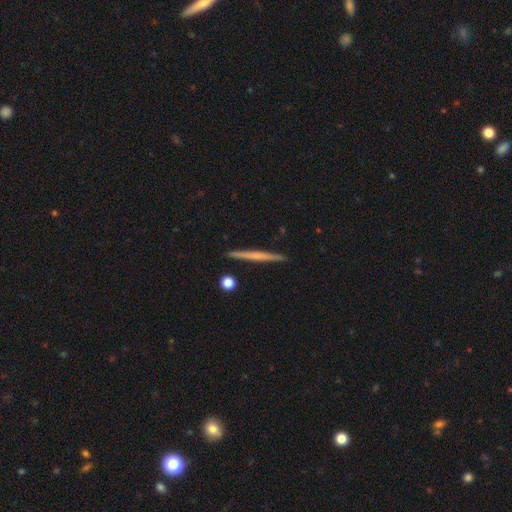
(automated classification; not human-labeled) Overall: featured or disk (52%; smooth 42%). Edge-on disk: yes (98%). Edge-on bulge: none (75%). Merging: none (91%).